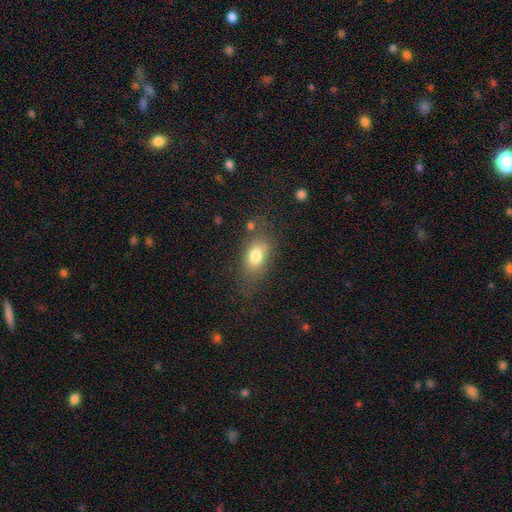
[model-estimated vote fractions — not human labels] A smooth galaxy with no disk features (77%) that is in between round and cigar-shaped (83%). Merging: none (62%).